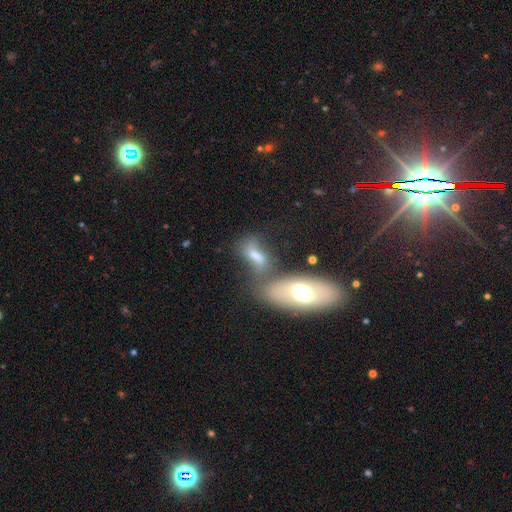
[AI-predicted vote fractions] smooth-or-featured: smooth: 58% | featured or disk: 28% | star or artifact: 14%
  how-rounded: in between: 71% | cigar-shaped: 21% | round: 8%
  merging: merger: 48% | none: 26% | major disturbance: 13% | minor disturbance: 12%